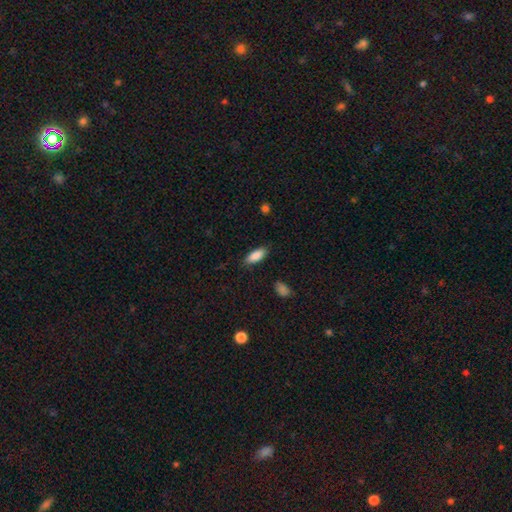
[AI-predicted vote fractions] Smooth or featured? Predicted: smooth (p=0.88). How rounded? Predicted: in between (p=0.82). Merging? Predicted: none (p=0.85).